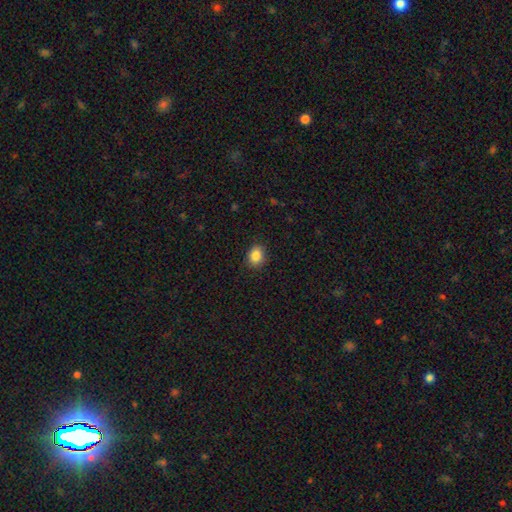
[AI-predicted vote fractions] Smooth or featured?
  - smooth: 86% *
  - star or artifact: 9%
  - featured or disk: 4%
How rounded?
  - in between: 56% *
  - round: 43%
  - cigar-shaped: 1%
Merging?
  - none: 88% *
  - minor disturbance: 9%
  - major disturbance: 2%
  - merger: 1%